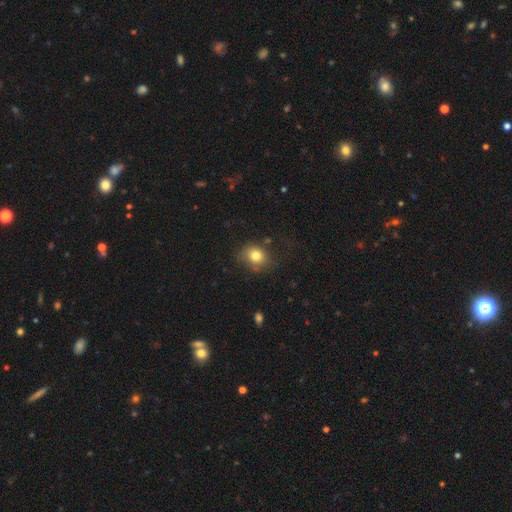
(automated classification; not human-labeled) The model was most divided on "how rounded": round: 65%, in between: 34%, cigar-shaped: 1%. More confident: smooth or featured — smooth (79%); merging — none (66%).